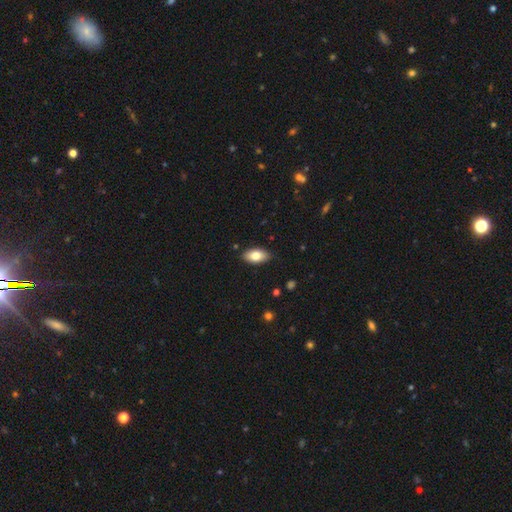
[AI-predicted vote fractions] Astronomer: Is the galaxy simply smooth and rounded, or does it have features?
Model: smooth — 78%.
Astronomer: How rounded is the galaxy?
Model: in between — 92%.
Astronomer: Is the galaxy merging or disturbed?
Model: none — 87%.